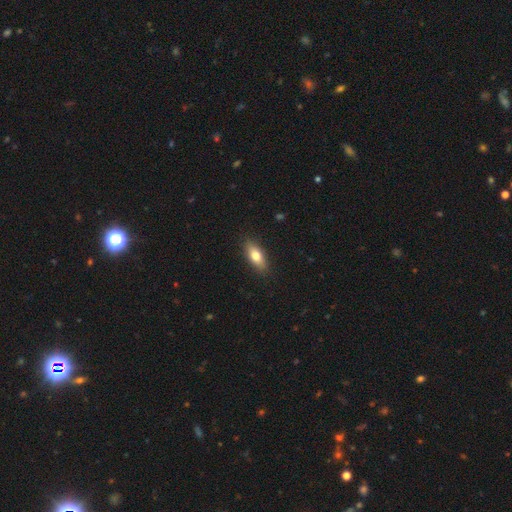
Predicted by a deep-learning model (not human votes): Morphology: type=smooth (74%); roundness=in between (77%); merging=none (88%).